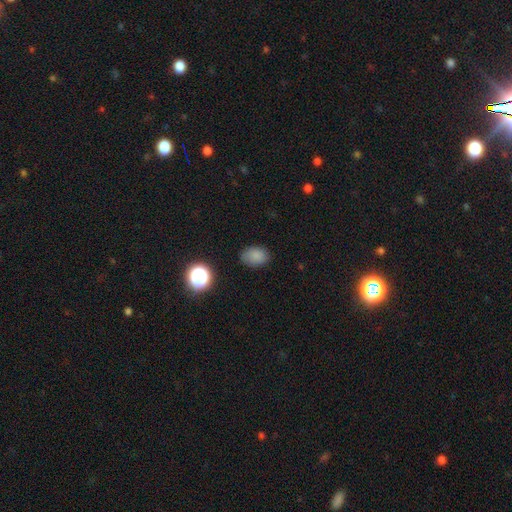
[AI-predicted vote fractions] The model was most divided on "how rounded": in between: 72%, round: 27%, cigar-shaped: 1%. More confident: smooth or featured — smooth (81%); merging — none (77%).